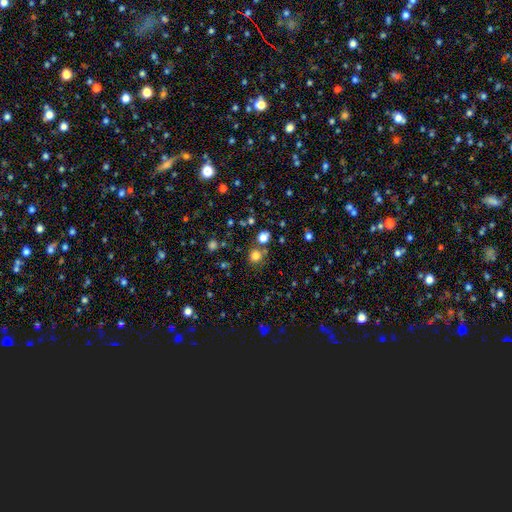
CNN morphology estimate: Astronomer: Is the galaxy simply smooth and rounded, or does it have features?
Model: smooth — 77%.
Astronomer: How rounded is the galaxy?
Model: round — 87%.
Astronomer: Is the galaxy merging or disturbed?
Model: none — 72%.